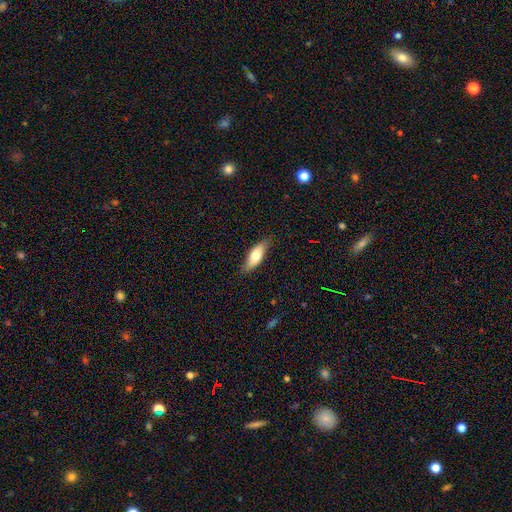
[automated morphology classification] Smooth or featured: smooth — 70% (featured or disk — 24%)
How rounded: in between — 64% (cigar-shaped — 33%)
Merging: none — 80% (minor disturbance — 16%)